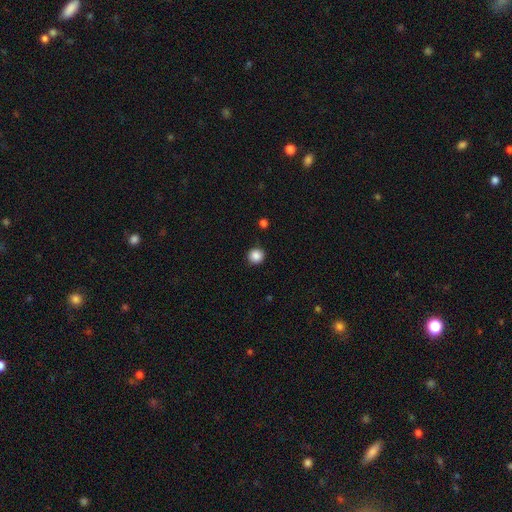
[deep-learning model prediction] smooth_or_featured: smooth (p=0.87) [alt: star or artifact p=0.10]
how_rounded: round (p=0.93) [alt: in between p=0.06]
merging: none (p=0.90) [alt: minor disturbance p=0.07]